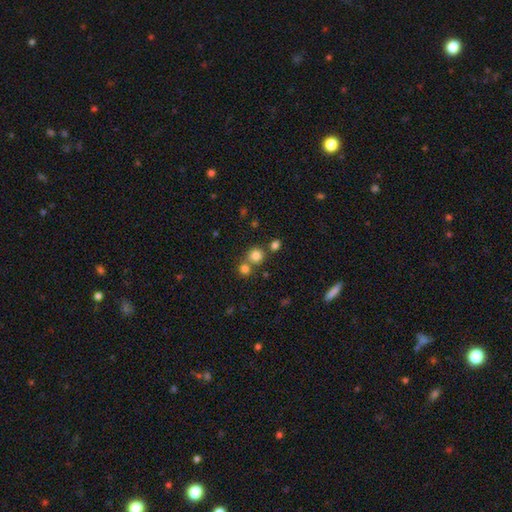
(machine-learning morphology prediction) Smooth or featured?
  - smooth: 79% *
  - star or artifact: 14%
  - featured or disk: 7%
How rounded?
  - round: 89% *
  - in between: 10%
  - cigar-shaped: 1%
Merging?
  - none: 62% *
  - merger: 28%
  - minor disturbance: 7%
  - major disturbance: 3%